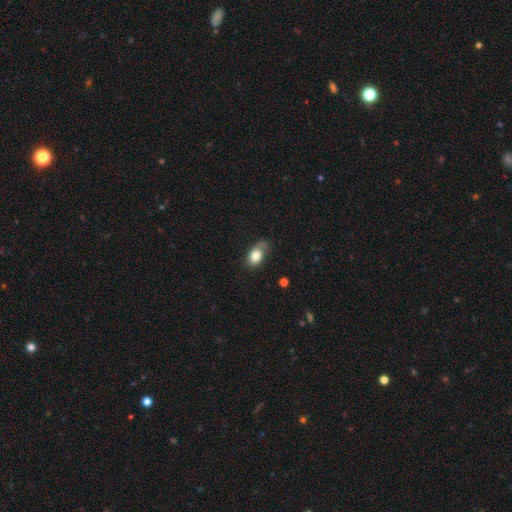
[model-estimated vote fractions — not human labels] A smooth galaxy with no disk features (79%) that is in between round and cigar-shaped (85%).

Vote fractions:
- Smooth or featured? smooth: 79% / featured or disk: 13% / star or artifact: 8%
- How rounded? in between: 85% / round: 12% / cigar-shaped: 3%
- Merging? none: 55% / minor disturbance: 34% / major disturbance: 9% / merger: 2%